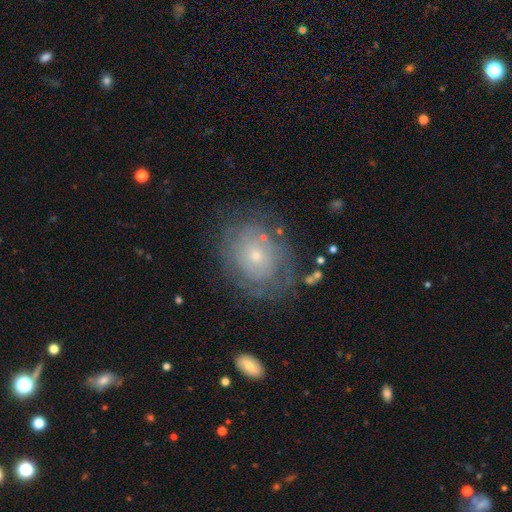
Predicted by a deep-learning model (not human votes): smooth-or-featured: featured or disk: 58% | smooth: 32% | star or artifact: 10%
  disk-edge-on: no: 96% | yes: 4%
    bar: no: 86% | weak: 12% | strong: 2%
    has-spiral-arms: yes: 66% | no: 34%
    bulge-size: small: 71% | moderate: 24% | large: 2% | none: 2% | dominant: 1%
  merging: none: 70% | minor disturbance: 18% | major disturbance: 10% | merger: 2%